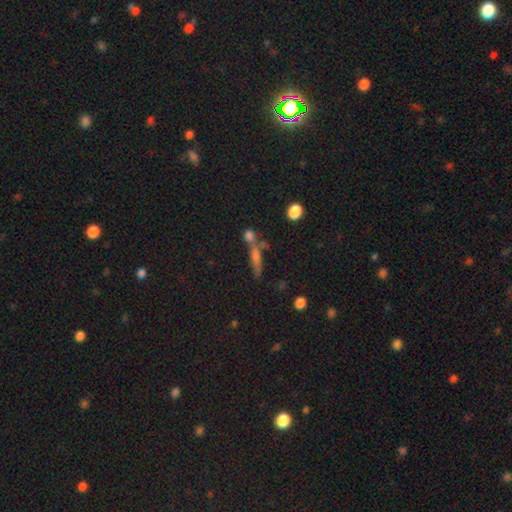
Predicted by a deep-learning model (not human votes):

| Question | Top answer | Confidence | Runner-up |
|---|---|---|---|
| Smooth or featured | smooth | 52% | featured or disk (29%) |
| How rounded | cigar-shaped | 74% | in between (18%) |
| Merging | none | 55% | merger (26%) |